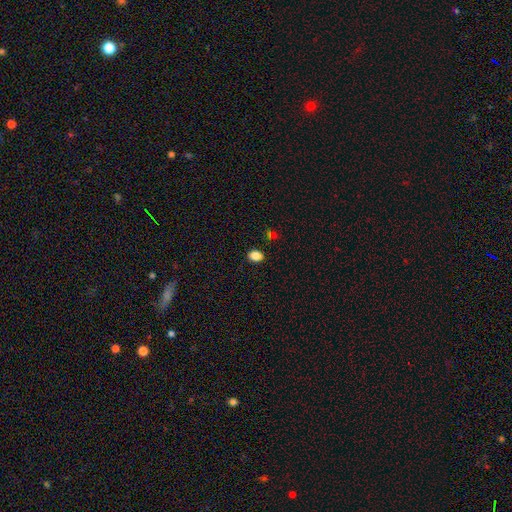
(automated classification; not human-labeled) Smooth or featured? Predicted: smooth (p=0.85). How rounded? Predicted: in between (p=0.63). Merging? Predicted: none (p=0.87).